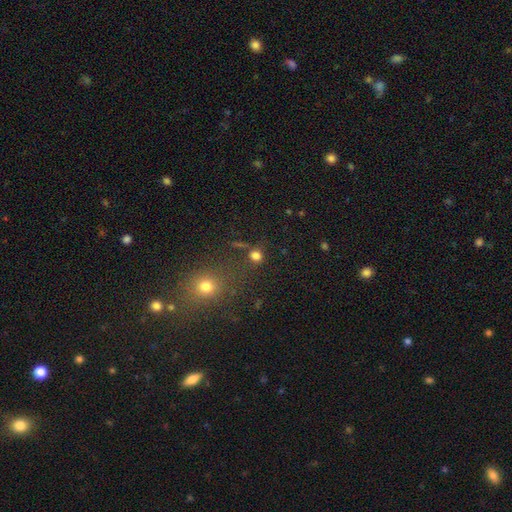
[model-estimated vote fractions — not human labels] This is likely a smooth galaxy (77%). How rounded: clearly round (86%). Merging: likely none (73%).